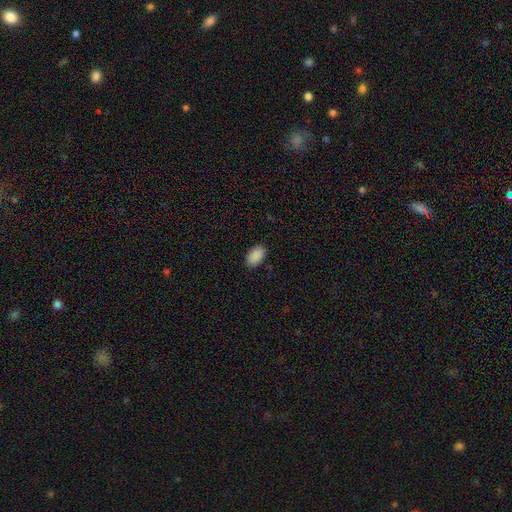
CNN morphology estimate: smooth_or_featured: smooth (p=0.90) [alt: star or artifact p=0.07]
how_rounded: in between (p=0.93) [alt: round p=0.06]
merging: none (p=0.86) [alt: minor disturbance p=0.11]